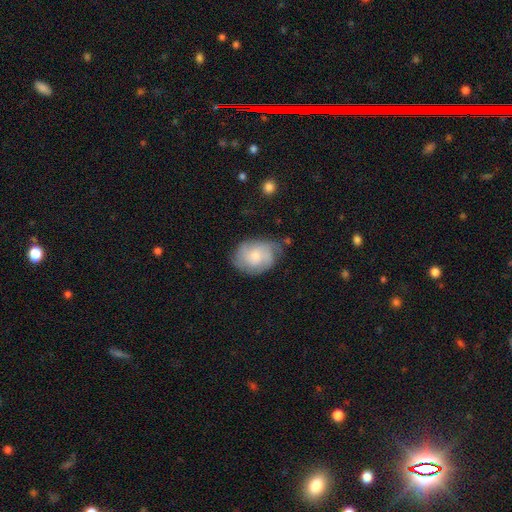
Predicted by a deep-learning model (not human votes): Smooth or featured: smooth — 49% (featured or disk — 44%)
Merging: none — 56% (minor disturbance — 32%)